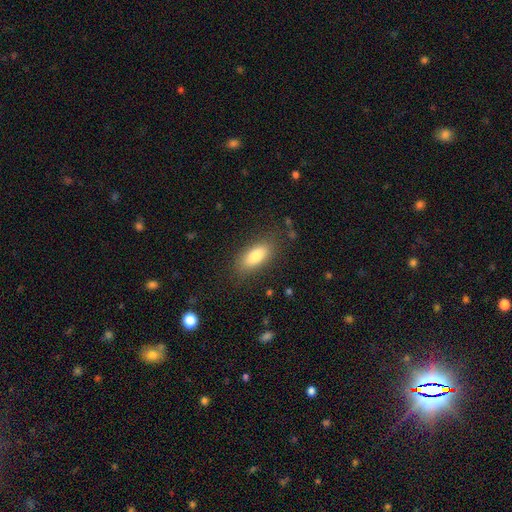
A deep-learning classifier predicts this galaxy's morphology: Q: Smooth or featured?
A: smooth (82%); runner-up: featured or disk (10%)
Q: How rounded?
A: in between (83%); runner-up: cigar-shaped (14%)
Q: Merging?
A: none (83%); runner-up: minor disturbance (12%)